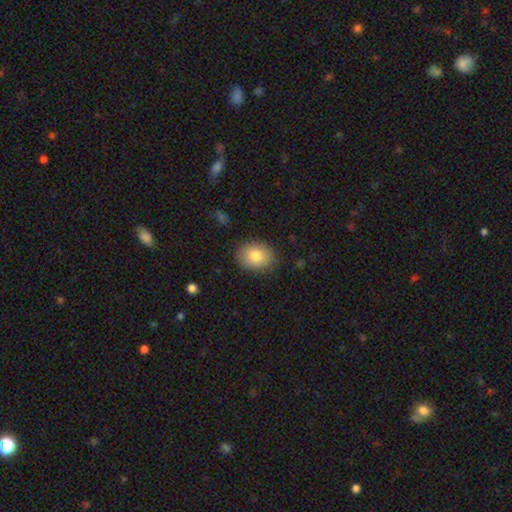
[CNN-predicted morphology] smooth_or_featured: smooth (p=0.81) [alt: featured or disk p=0.11]
how_rounded: in between (p=0.59) [alt: round p=0.40]
merging: none (p=0.86) [alt: minor disturbance p=0.11]